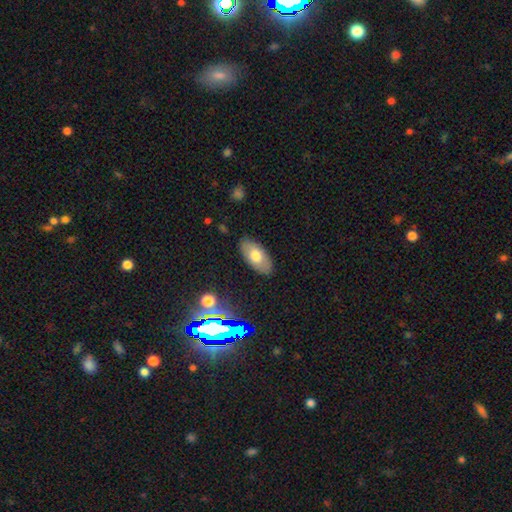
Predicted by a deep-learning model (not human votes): This is likely a smooth galaxy (67%). How rounded: clearly in between (93%). Merging: clearly none (86%).